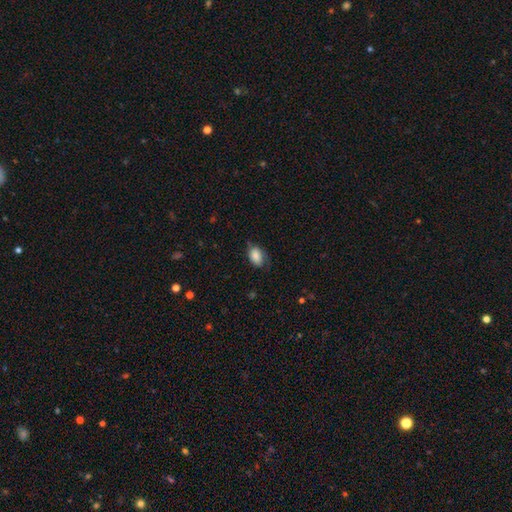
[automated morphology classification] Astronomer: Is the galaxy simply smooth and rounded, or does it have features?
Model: smooth — 81%.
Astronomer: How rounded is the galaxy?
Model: in between — 89%.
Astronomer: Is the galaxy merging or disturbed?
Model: none — 61%.